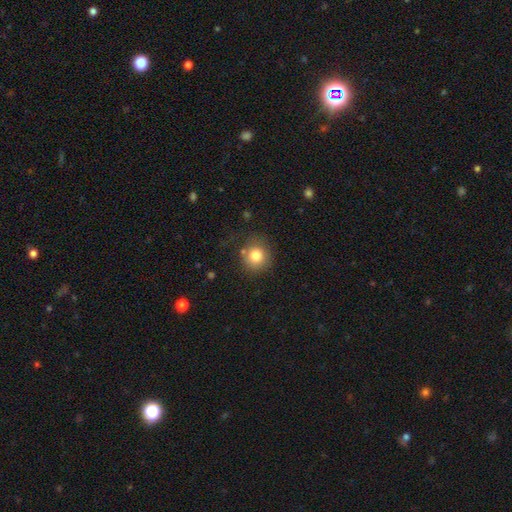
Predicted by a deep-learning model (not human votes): smooth_or_featured: smooth (p=0.81) [alt: star or artifact p=0.10]
how_rounded: round (p=0.88) [alt: in between p=0.11]
merging: none (p=0.77) [alt: minor disturbance p=0.14]